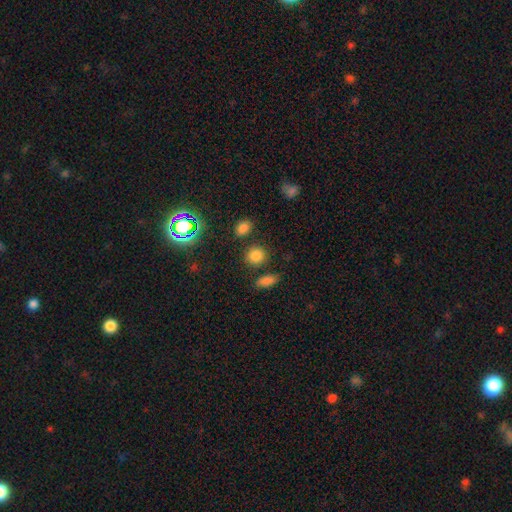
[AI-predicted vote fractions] Overall: smooth (80%). How rounded: round (76%). Merging: none (82%).